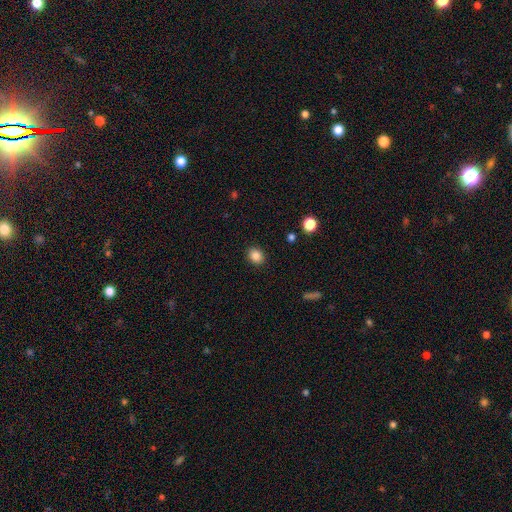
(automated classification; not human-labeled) Smooth or featured? smooth (86%)
How rounded? round (59%)
Merging? none (90%)